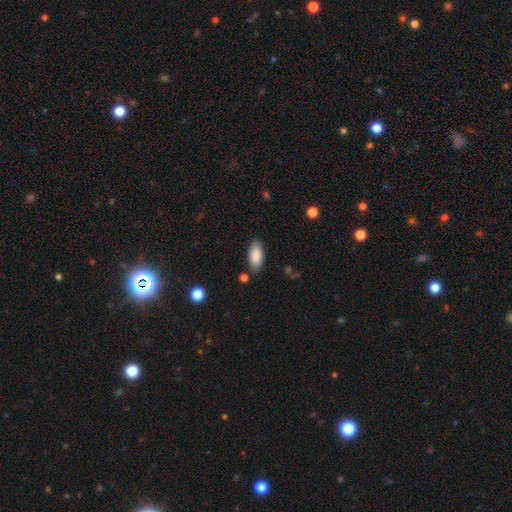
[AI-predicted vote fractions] Smooth or featured? Predicted: smooth (p=0.87). How rounded? Predicted: in between (p=0.87). Merging? Predicted: none (p=0.84).